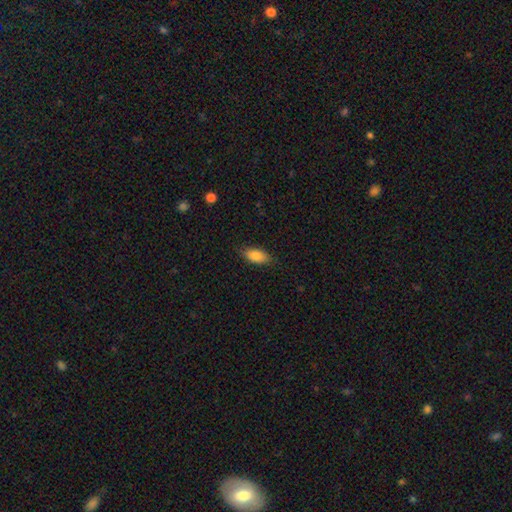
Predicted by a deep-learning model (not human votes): A smooth galaxy with no disk features (84%) that is in between round and cigar-shaped (87%). Merging: none (84%).